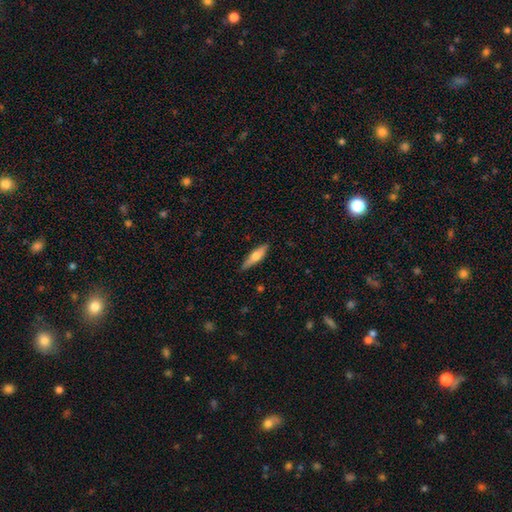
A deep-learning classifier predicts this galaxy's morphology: smooth 52%, featured or disk 42%, star or artifact 6%. Down the decision tree: how rounded — cigar-shaped (69%); merging — none (86%).